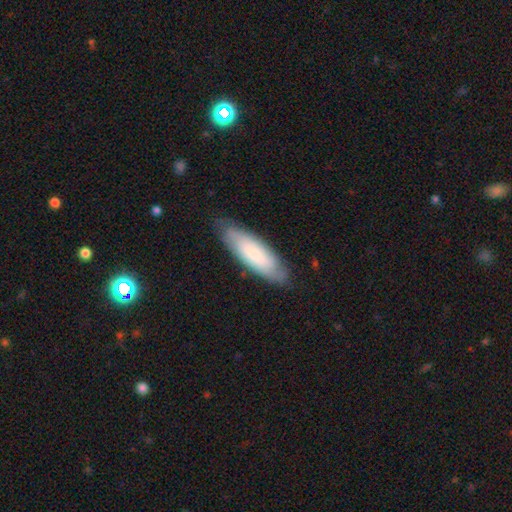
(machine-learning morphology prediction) Q: Smooth or featured?
A: smooth (68%); runner-up: featured or disk (26%)
Q: How rounded?
A: in between (53%); runner-up: cigar-shaped (46%)
Q: Merging?
A: none (80%); runner-up: minor disturbance (16%)